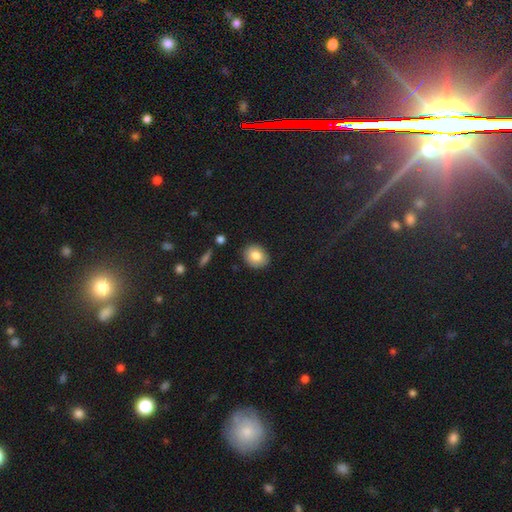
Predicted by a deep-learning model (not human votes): A smooth galaxy with no disk features (80%) that is round (59%).

Vote fractions:
- Smooth or featured? smooth: 80% / featured or disk: 12% / star or artifact: 8%
- How rounded? round: 59% / in between: 40% / cigar-shaped: 1%
- Merging? none: 87% / minor disturbance: 9% / major disturbance: 2% / merger: 2%